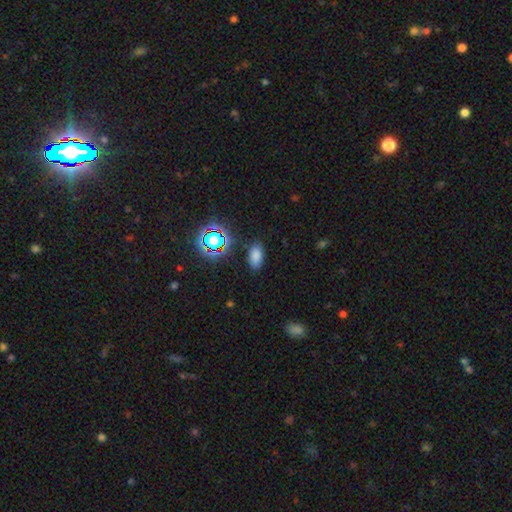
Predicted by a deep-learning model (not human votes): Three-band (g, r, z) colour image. It shows a smooth galaxy with no disk features (74%) that is in between round and cigar-shaped (90%). Merging: none (84%).